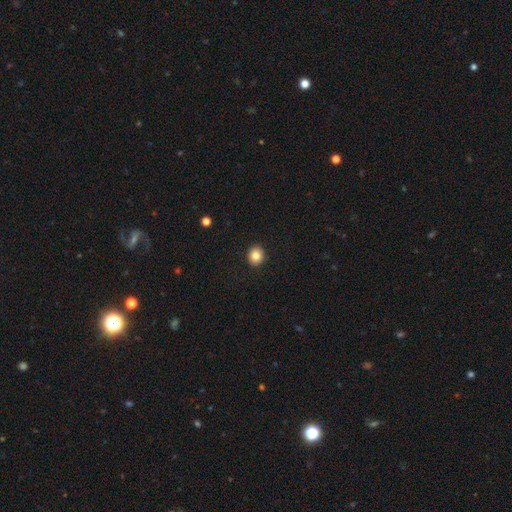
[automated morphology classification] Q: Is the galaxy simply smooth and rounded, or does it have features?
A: smooth — 83%.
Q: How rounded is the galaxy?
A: round — 78%.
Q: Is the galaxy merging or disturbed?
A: none — 92%.